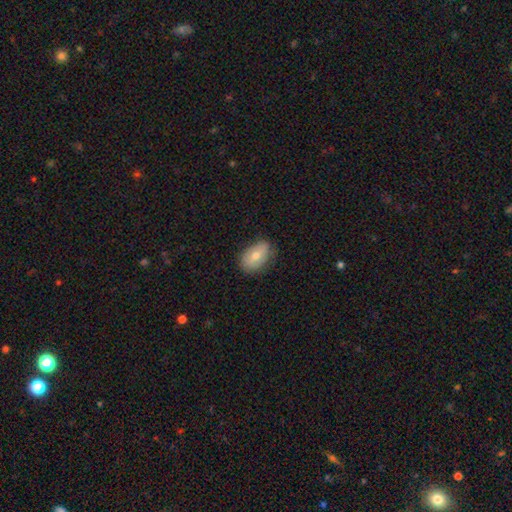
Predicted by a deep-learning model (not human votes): The model was most divided on "smooth or featured": smooth: 67%, featured or disk: 25%, star or artifact: 8%. More confident: how rounded — in between (89%); merging — none (78%).